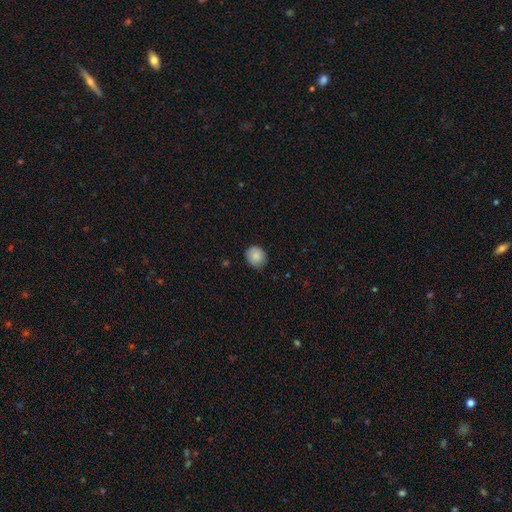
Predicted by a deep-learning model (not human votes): Smooth or featured: smooth — 87% (star or artifact — 8%)
How rounded: round — 77% (in between — 23%)
Merging: none — 79% (minor disturbance — 17%)